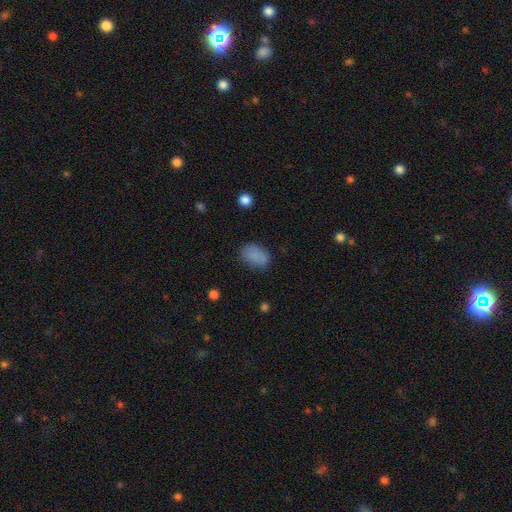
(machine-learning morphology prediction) A smooth galaxy with no disk features (84%) that is in between round and cigar-shaped (87%). Merging: none (72%).